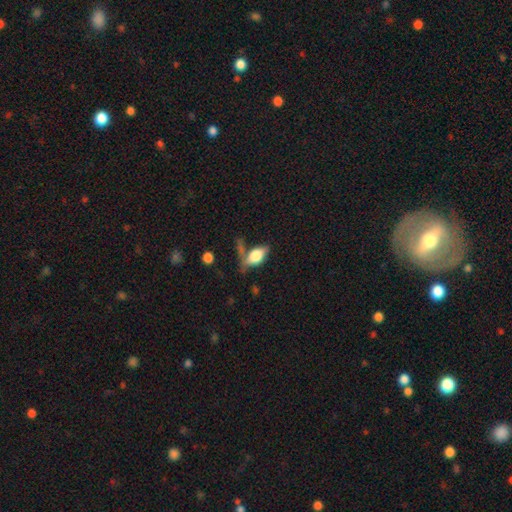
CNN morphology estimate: smooth 68%, featured or disk 24%, star or artifact 8%. Down the decision tree: how rounded — in between (85%); merging — none (47%).